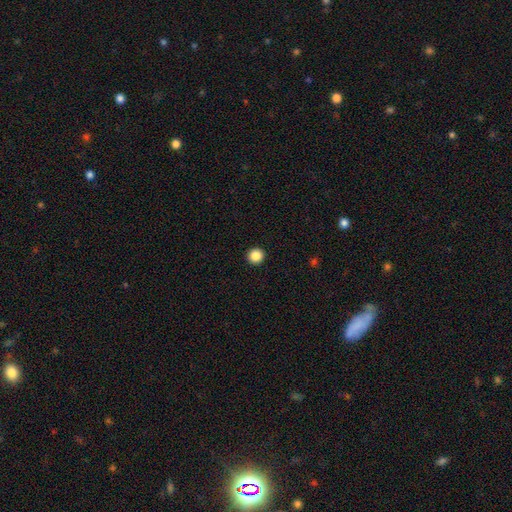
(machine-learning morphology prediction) Overall: smooth (87%). How rounded: round (96%). Merging: none (94%).